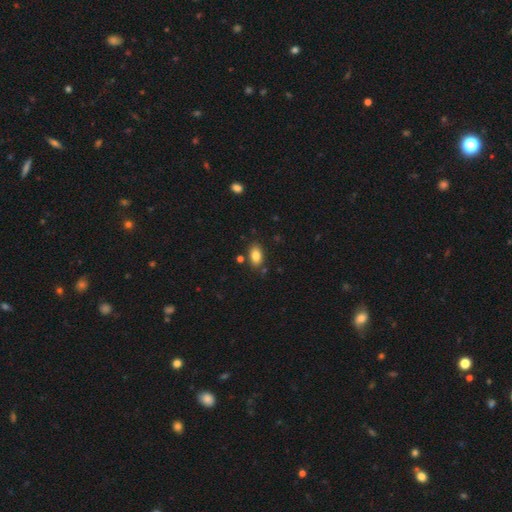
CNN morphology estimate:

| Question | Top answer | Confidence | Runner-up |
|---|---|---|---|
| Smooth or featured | smooth | 84% | star or artifact (9%) |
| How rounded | in between | 90% | round (8%) |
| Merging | none | 81% | minor disturbance (12%) |